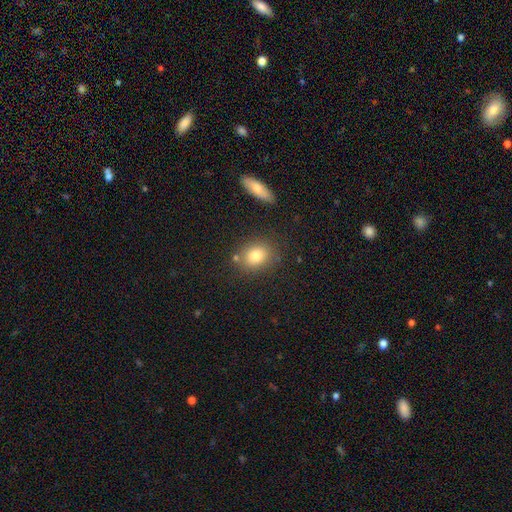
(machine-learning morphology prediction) Q: Smooth or featured?
A: smooth (78%); runner-up: featured or disk (11%)
Q: How rounded?
A: in between (51%); runner-up: round (48%)
Q: Merging?
A: none (78%); runner-up: minor disturbance (11%)